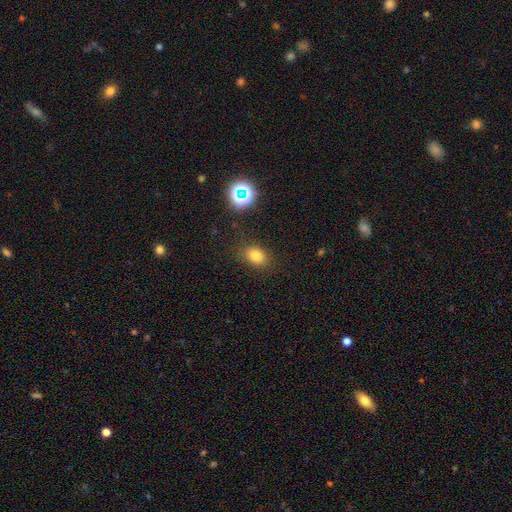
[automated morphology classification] type=smooth (78%); roundness=in between (64%); merging=none (83%).